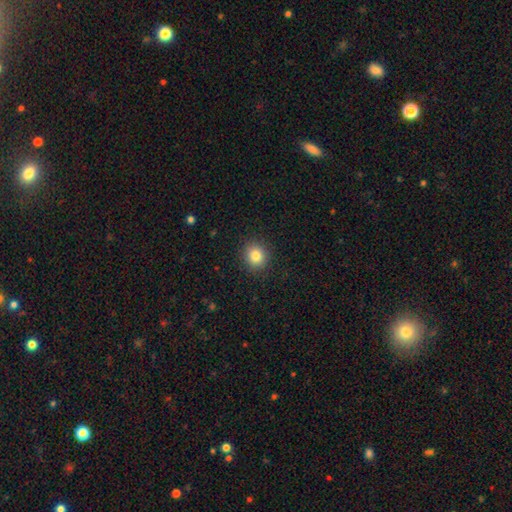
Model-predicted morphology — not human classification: smooth_or_featured: smooth (p=0.82) [alt: star or artifact p=0.11]
how_rounded: round (p=0.87) [alt: in between p=0.12]
merging: none (p=0.90) [alt: minor disturbance p=0.06]